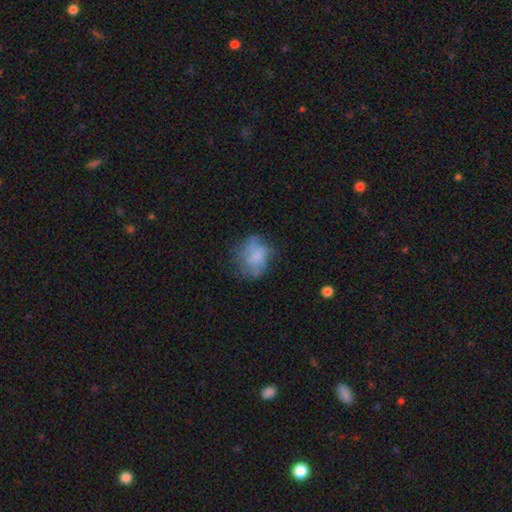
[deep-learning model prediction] Q: Smooth or featured?
A: smooth (58%); runner-up: featured or disk (32%)
Q: How rounded?
A: in between (51%); runner-up: round (47%)
Q: Merging?
A: none (50%); runner-up: minor disturbance (28%)